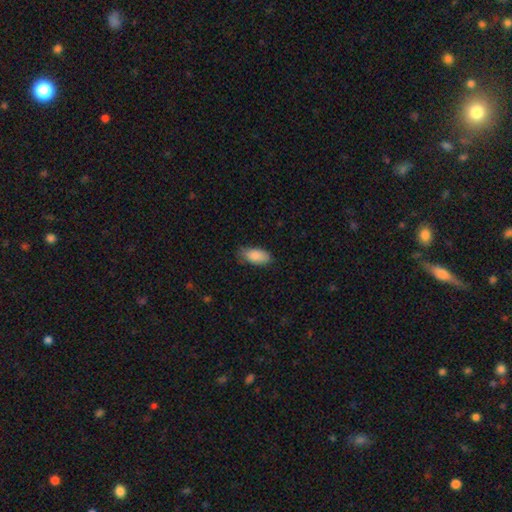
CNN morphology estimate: Smooth or featured? Predicted: smooth (p=0.87). How rounded? Predicted: in between (p=0.91). Merging? Predicted: none (p=0.72).